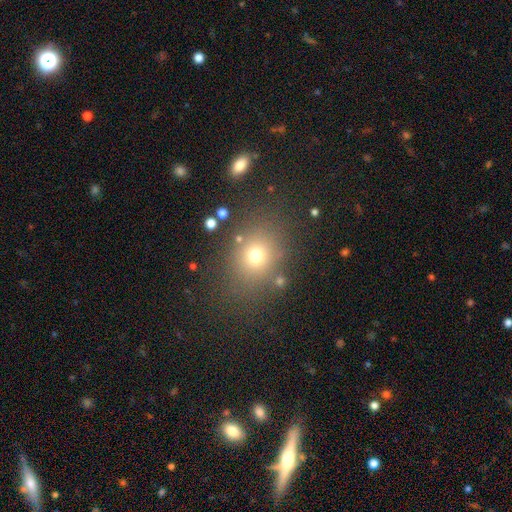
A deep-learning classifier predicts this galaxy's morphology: Smooth or featured? Predicted: smooth (p=0.69). How rounded? Predicted: round (p=0.61). Merging? Predicted: none (p=0.78).